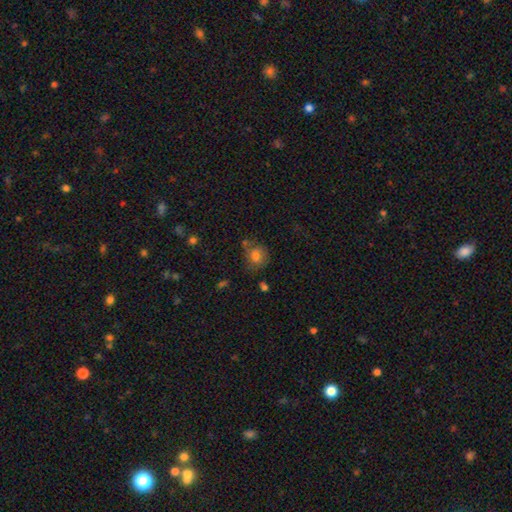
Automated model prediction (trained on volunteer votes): smooth-or-featured: smooth: 77% | featured or disk: 12% | star or artifact: 10%
  how-rounded: round: 71% | in between: 28% | cigar-shaped: 1%
  merging: none: 56% | minor disturbance: 25% | major disturbance: 10% | merger: 10%